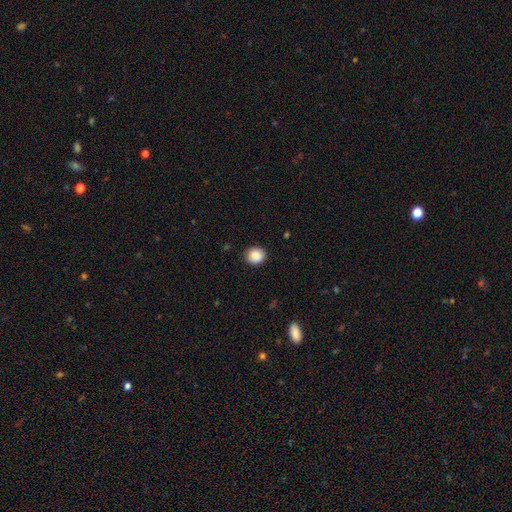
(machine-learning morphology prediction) A smooth galaxy with no disk features (88%) that is round (87%). Merging: none (89%).